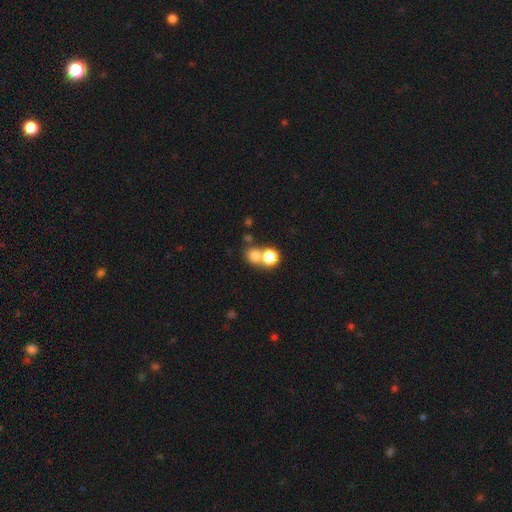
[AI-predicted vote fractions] Morphology: type=smooth (75%); roundness=round (81%); merging=none (46%).